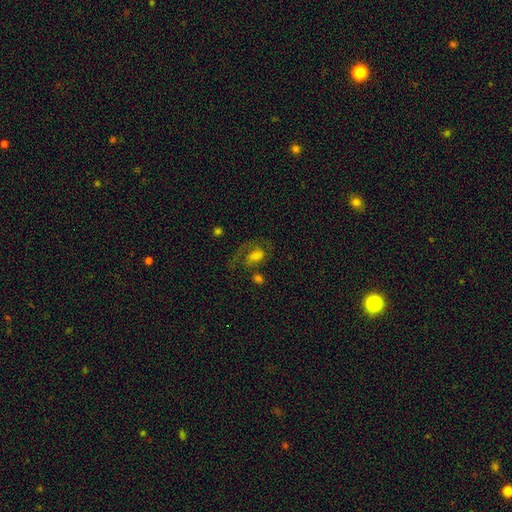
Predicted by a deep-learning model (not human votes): Smooth or featured? Predicted: featured or disk (p=0.55). Edge-on disk? Predicted: no (p=0.97). Bar? Predicted: no (p=0.52). Spiral arms? Predicted: yes (p=0.81). Bulge size? Predicted: moderate (p=0.34). Merging? Predicted: none (p=0.38).